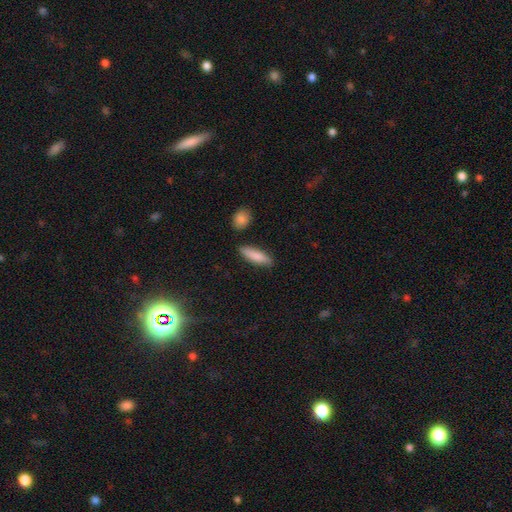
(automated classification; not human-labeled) Smooth or featured: smooth — 84% (featured or disk — 10%)
How rounded: cigar-shaped — 53% (in between — 44%)
Merging: none — 81% (minor disturbance — 12%)